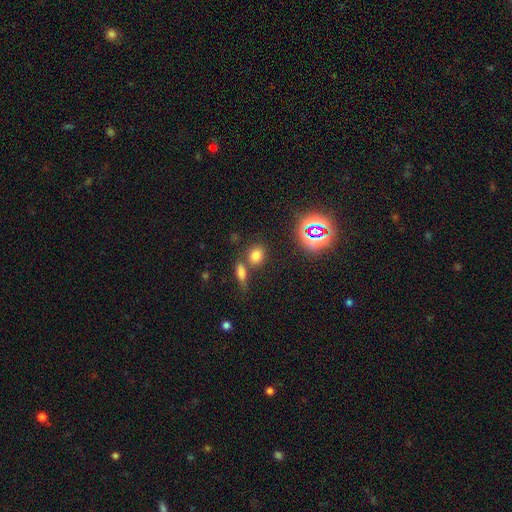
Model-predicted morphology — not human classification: A smooth galaxy with no disk features (73%) that is round (53%).

Vote fractions:
- Smooth or featured? smooth: 73% / star or artifact: 19% / featured or disk: 8%
- How rounded? round: 53% / in between: 44% / cigar-shaped: 3%
- Merging? none: 67% / merger: 20% / minor disturbance: 10% / major disturbance: 4%